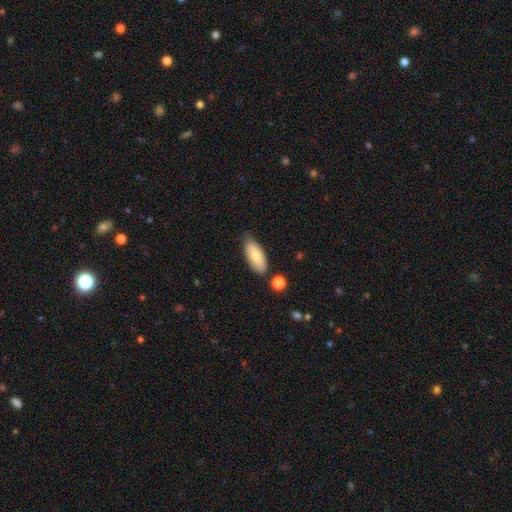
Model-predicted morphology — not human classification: Q: Smooth or featured?
A: smooth (78%); runner-up: featured or disk (15%)
Q: How rounded?
A: in between (85%); runner-up: cigar-shaped (13%)
Q: Merging?
A: none (71%); runner-up: minor disturbance (21%)